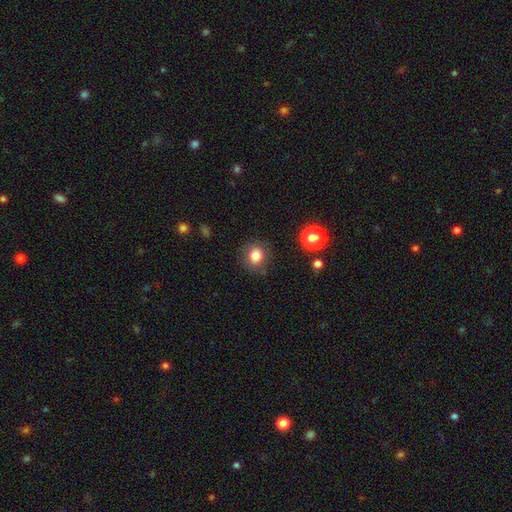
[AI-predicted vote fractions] A smooth galaxy with no disk features (82%) that is round (73%).

Vote fractions:
- Smooth or featured? smooth: 82% / star or artifact: 11% / featured or disk: 7%
- How rounded? round: 73% / in between: 26% / cigar-shaped: 1%
- Merging? none: 84% / minor disturbance: 11% / major disturbance: 4% / merger: 2%